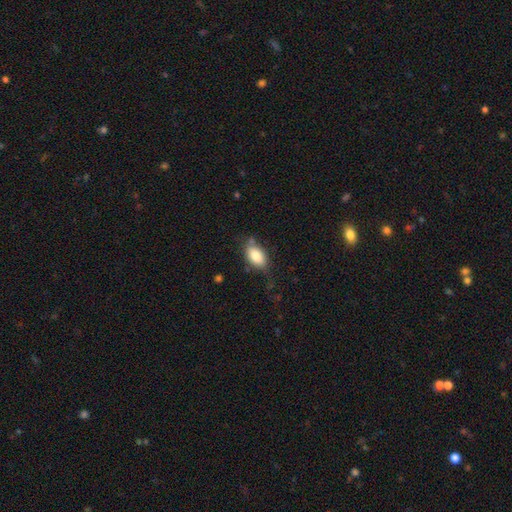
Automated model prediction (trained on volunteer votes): A smooth galaxy with no disk features (82%) that is in between round and cigar-shaped (90%).

Vote fractions:
- Smooth or featured? smooth: 82% / featured or disk: 10% / star or artifact: 7%
- How rounded? in between: 90% / round: 8% / cigar-shaped: 2%
- Merging? none: 67% / minor disturbance: 22% / major disturbance: 6% / merger: 5%